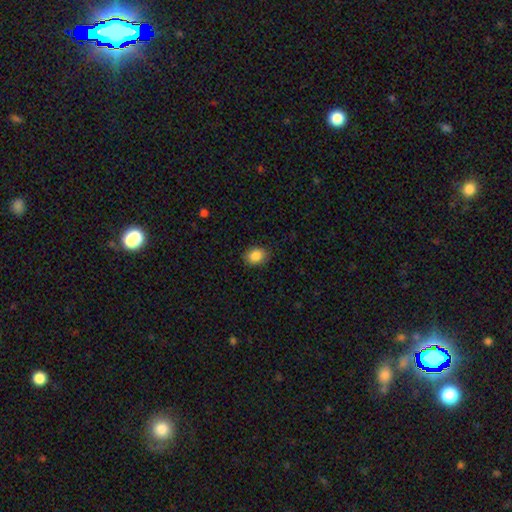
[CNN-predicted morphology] Smooth or featured? smooth (86%)
How rounded? in between (59%)
Merging? none (86%)